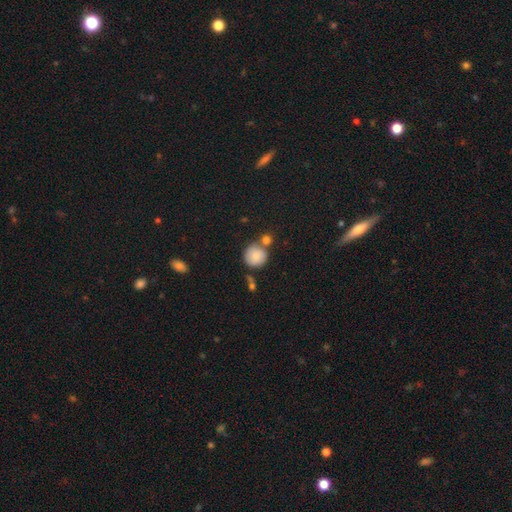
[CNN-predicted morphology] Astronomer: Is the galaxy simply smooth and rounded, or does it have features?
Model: smooth — 81%.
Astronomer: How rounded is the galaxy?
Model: round — 91%.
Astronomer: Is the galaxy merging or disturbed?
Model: none — 59%.